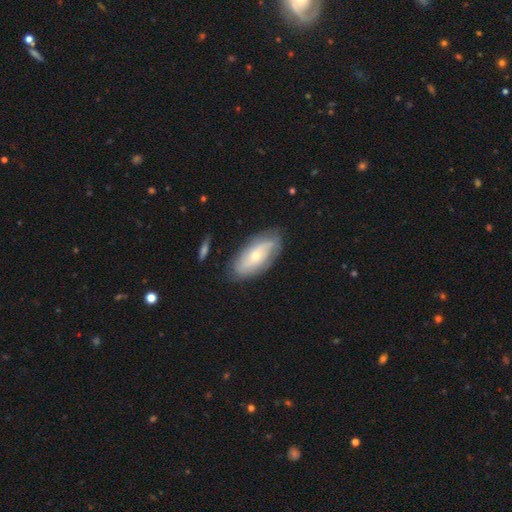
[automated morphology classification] type=featured or disk (56%); edge-on=no (89%); bar=no (67%); spiral arms=yes (78%); bulge=small (54%); merging=none (76%).